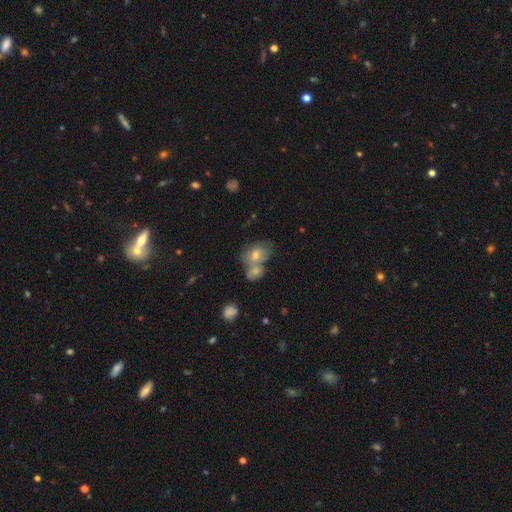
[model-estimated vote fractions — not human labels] Smooth or featured?
  - smooth: 54% *
  - featured or disk: 29%
  - star or artifact: 17%
How rounded?
  - in between: 55% *
  - round: 43%
  - cigar-shaped: 2%
Merging?
  - merger: 52% *
  - none: 32%
  - minor disturbance: 11%
  - major disturbance: 5%